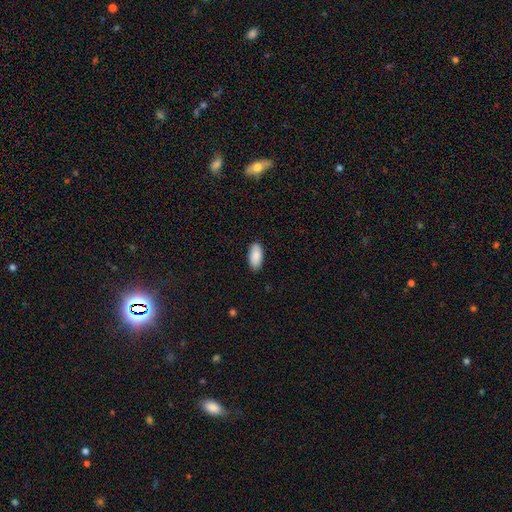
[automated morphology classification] type=smooth (90%); roundness=in between (92%); merging=none (89%).